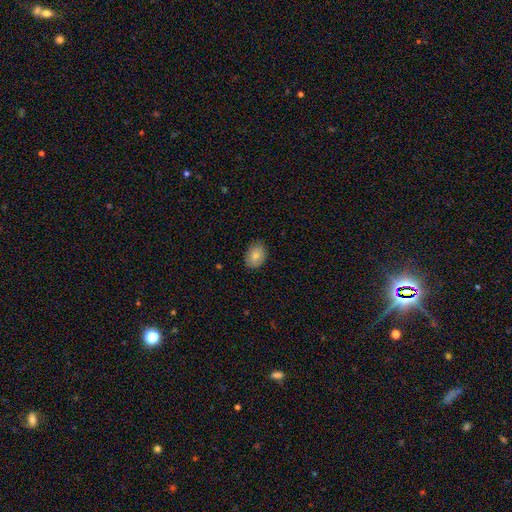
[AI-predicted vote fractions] Overall: smooth (82%). How rounded: in between (71%). Merging: none (84%).